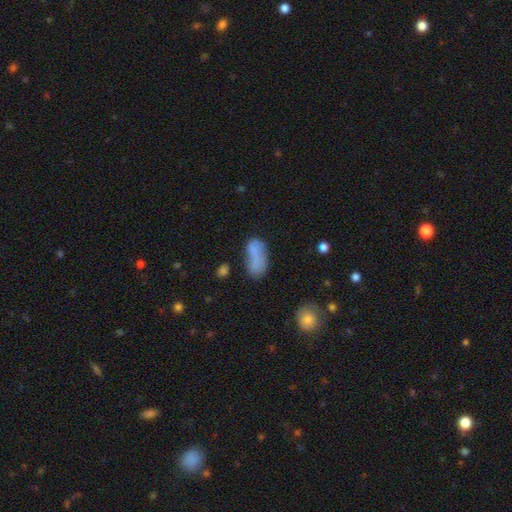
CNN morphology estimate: A smooth galaxy with no disk features (73%) that is in between round and cigar-shaped (87%). Merging: none (46%).